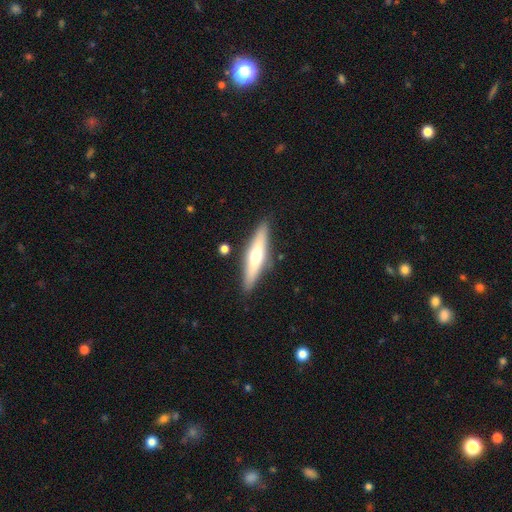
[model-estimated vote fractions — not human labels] This appears to be a featured or disk galaxy (49%). Merging: none (86%).